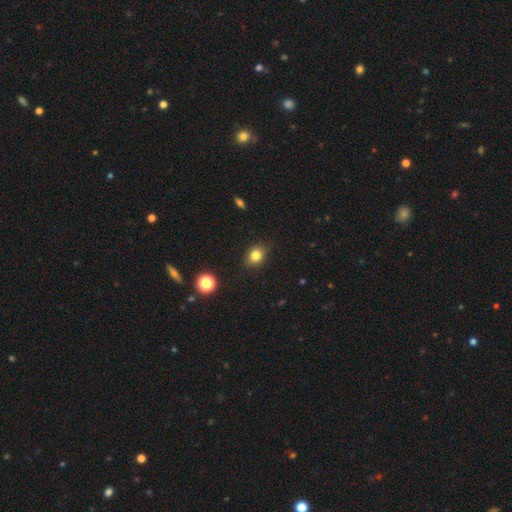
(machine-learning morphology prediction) Overall: smooth (81%). How rounded: round (50%; in between 49%). Merging: none (85%).